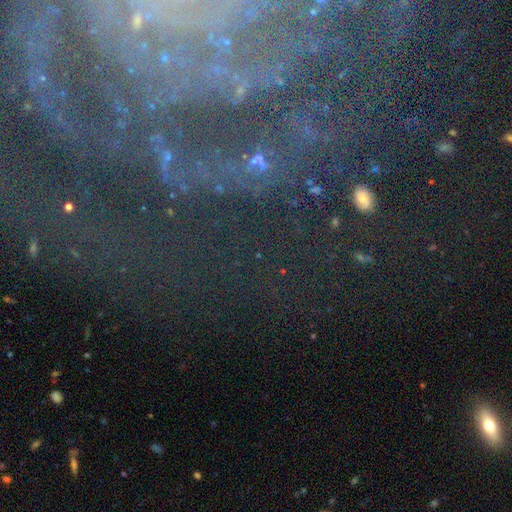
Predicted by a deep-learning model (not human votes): The model was most divided on "bar": no: 48%, weak: 29%, strong: 23%. More confident: edge-on disk — no (92%); spiral arms — yes (84%); merging — none (67%); bulge size — small (64%); smooth or featured — featured or disk (60%).